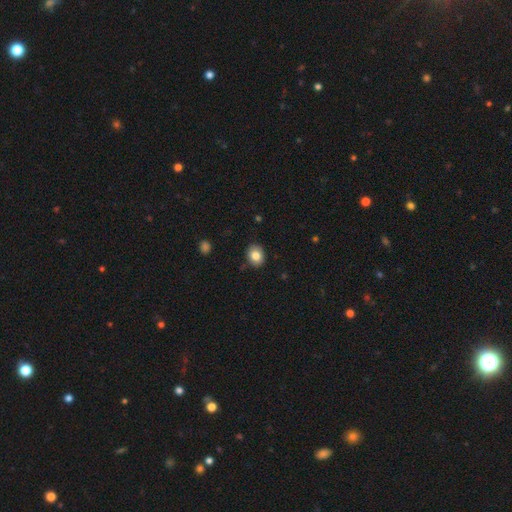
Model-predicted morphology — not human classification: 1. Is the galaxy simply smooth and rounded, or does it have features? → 82% smooth, 9% featured or disk, 9% star or artifact.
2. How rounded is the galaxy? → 51% in between, 48% round, 1% cigar-shaped.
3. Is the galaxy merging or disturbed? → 86% none, 10% minor disturbance, 2% major disturbance, 1% merger.